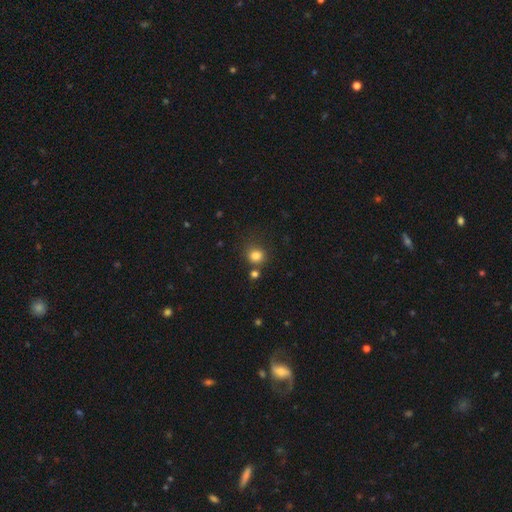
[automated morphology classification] Smooth or featured: smooth — 82% (star or artifact — 13%)
How rounded: round — 84% (in between — 15%)
Merging: none — 71% (merger — 13%)